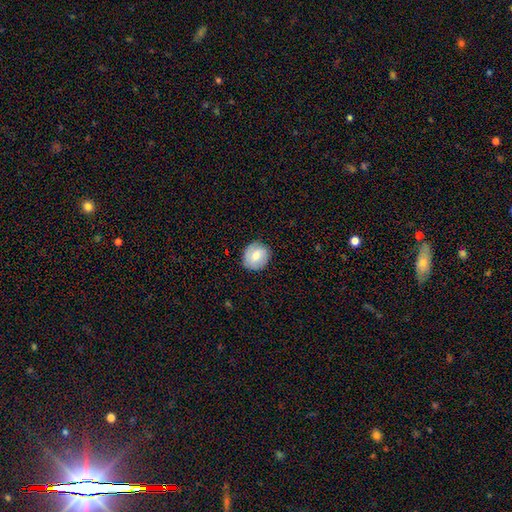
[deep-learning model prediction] Smooth or featured: smooth — 68% (featured or disk — 24%)
How rounded: round — 77% (in between — 22%)
Merging: none — 81% (minor disturbance — 14%)